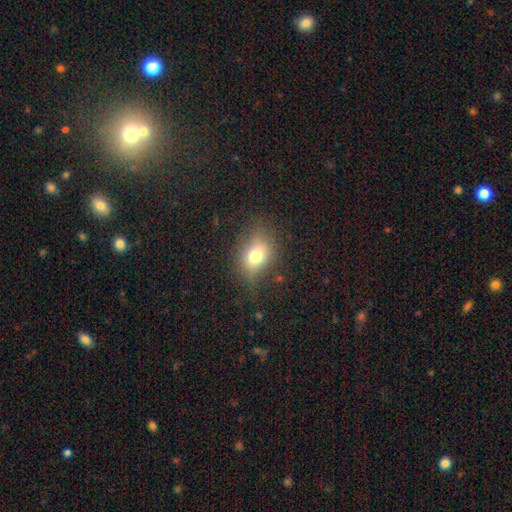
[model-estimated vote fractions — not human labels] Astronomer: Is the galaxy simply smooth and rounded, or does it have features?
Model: smooth — 73%.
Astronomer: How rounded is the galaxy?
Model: in between — 65%.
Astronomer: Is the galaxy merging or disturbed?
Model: none — 74%.